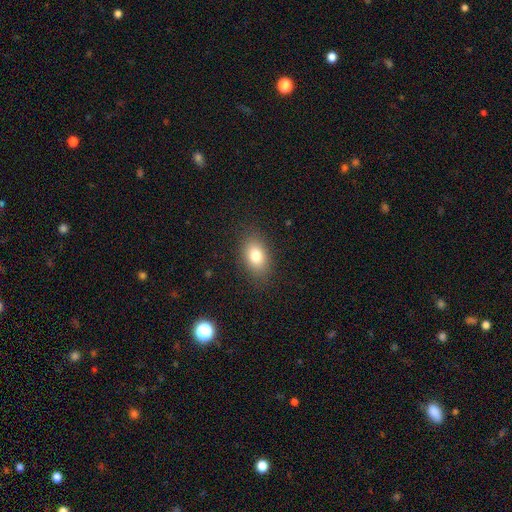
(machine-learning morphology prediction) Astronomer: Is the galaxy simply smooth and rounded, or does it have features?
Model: smooth — 79%.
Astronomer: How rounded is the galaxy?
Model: in between — 83%.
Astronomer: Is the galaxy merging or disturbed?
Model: none — 85%.